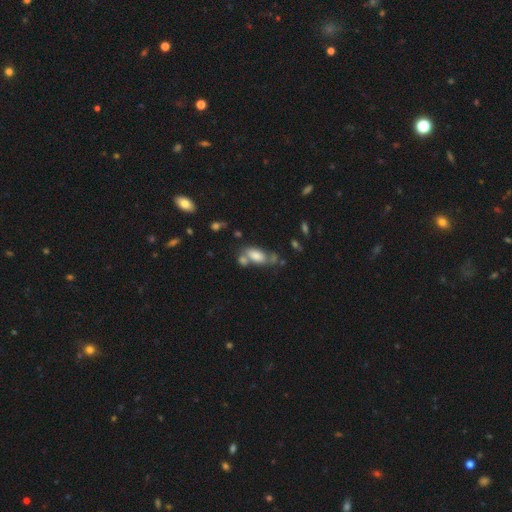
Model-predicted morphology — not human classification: Smooth or featured? Predicted: smooth (p=0.72). How rounded? Predicted: in between (p=0.85). Merging? Predicted: none (p=0.40).